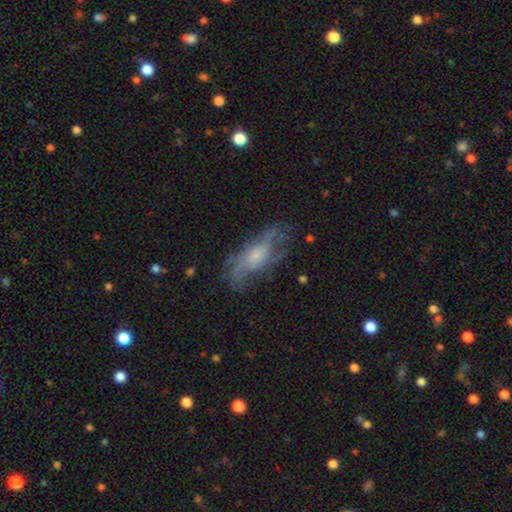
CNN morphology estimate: smooth-or-featured: featured or disk: 57% | smooth: 34% | star or artifact: 9%
  disk-edge-on: no: 80% | yes: 20%
  merging: none: 56% | minor disturbance: 24% | major disturbance: 18% | merger: 2%